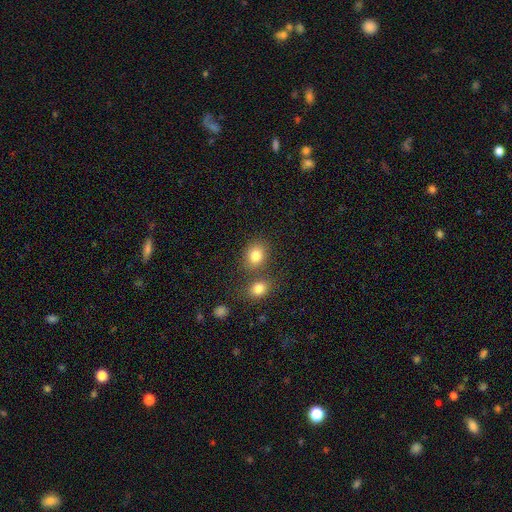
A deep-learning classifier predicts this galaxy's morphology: smooth_or_featured: smooth (p=0.82) [alt: star or artifact p=0.11]
how_rounded: round (p=0.58) [alt: in between p=0.41]
merging: none (p=0.66) [alt: merger p=0.20]